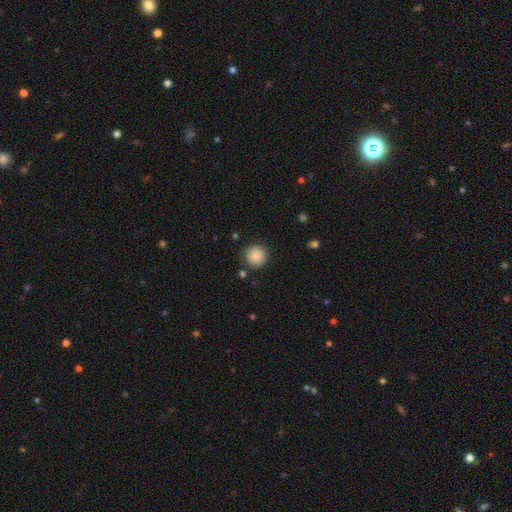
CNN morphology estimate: This appears to be a smooth galaxy with no disk features (87%) that is round (93%). Merging: none (84%).